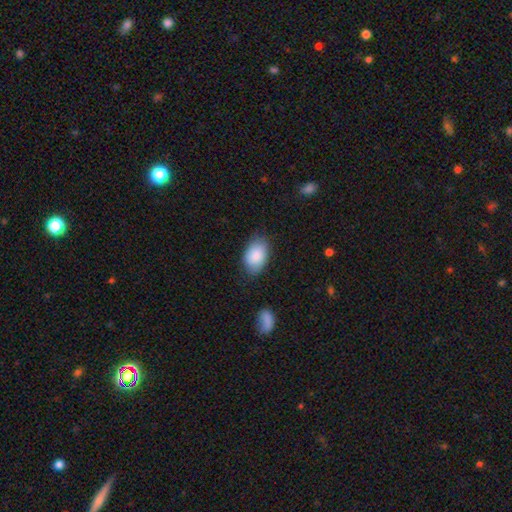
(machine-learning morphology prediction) Smooth or featured: smooth — 88% (featured or disk — 6%)
How rounded: in between — 90% (round — 9%)
Merging: none — 77% (minor disturbance — 17%)